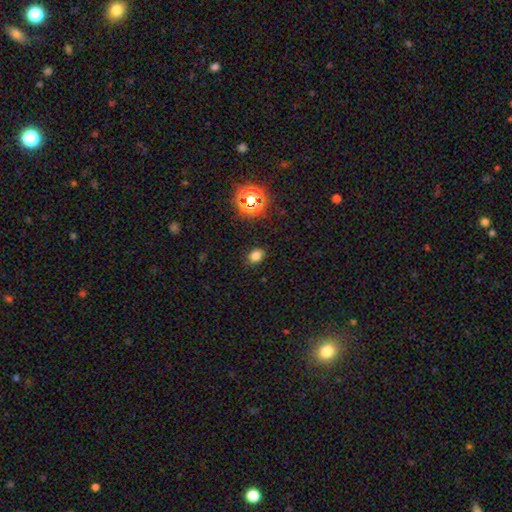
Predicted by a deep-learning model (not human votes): Morphology: type=smooth (77%); roundness=in between (53%); merging=none (86%).